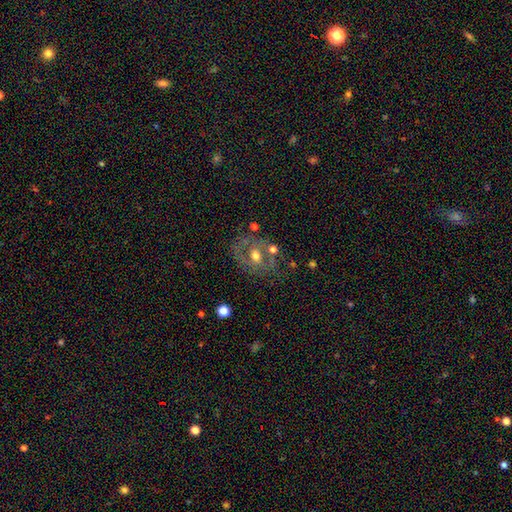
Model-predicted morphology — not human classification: smooth-or-featured: featured or disk: 52% | smooth: 37% | star or artifact: 10%
  disk-edge-on: no: 94% | yes: 6%
  merging: none: 62% | minor disturbance: 19% | major disturbance: 10% | merger: 9%